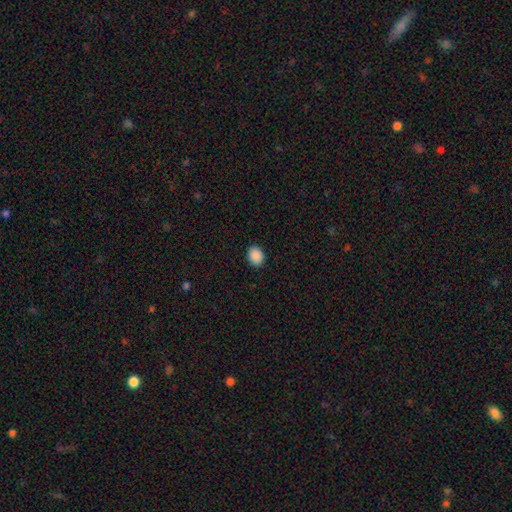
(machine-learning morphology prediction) Overall: smooth (90%). How rounded: in between (52%; round 47%). Merging: none (90%).